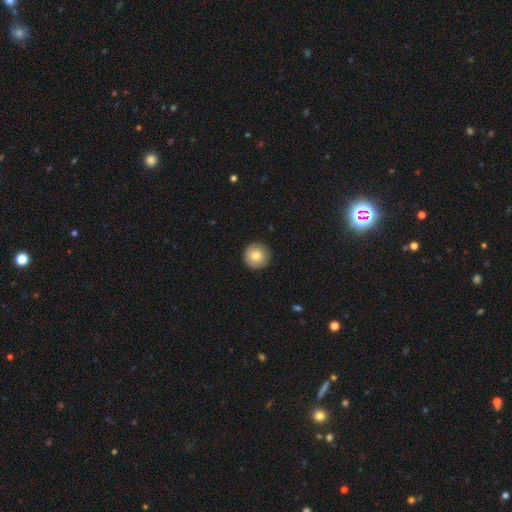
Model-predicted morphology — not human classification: Q: Smooth or featured?
A: smooth (81%); runner-up: featured or disk (11%)
Q: How rounded?
A: round (96%); runner-up: in between (3%)
Q: Merging?
A: none (90%); runner-up: minor disturbance (7%)